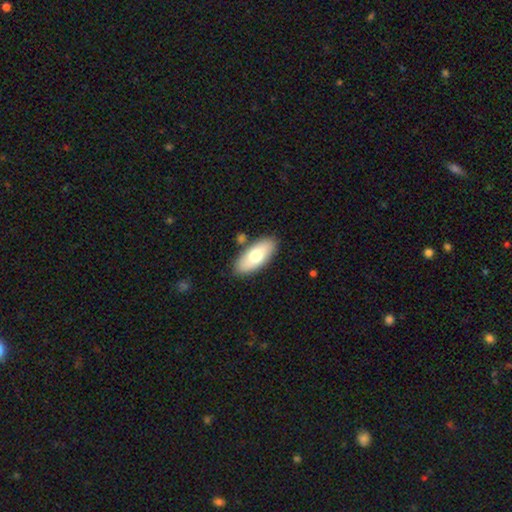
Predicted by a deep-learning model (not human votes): Smooth or featured? Predicted: smooth (p=0.68). How rounded? Predicted: in between (p=0.88). Merging? Predicted: none (p=0.83).